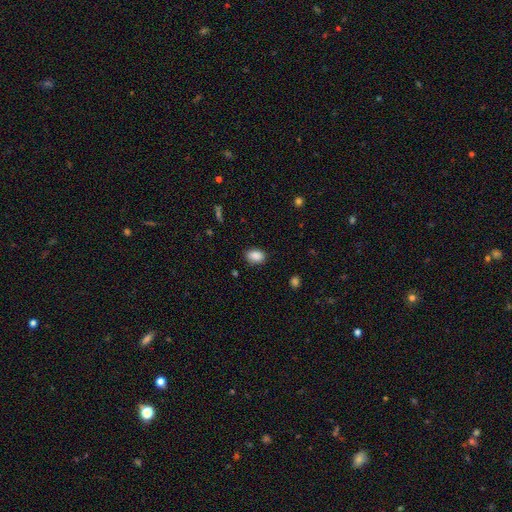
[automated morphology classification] Q: Smooth or featured?
A: smooth (88%); runner-up: star or artifact (8%)
Q: How rounded?
A: in between (81%); runner-up: round (18%)
Q: Merging?
A: none (82%); runner-up: minor disturbance (14%)